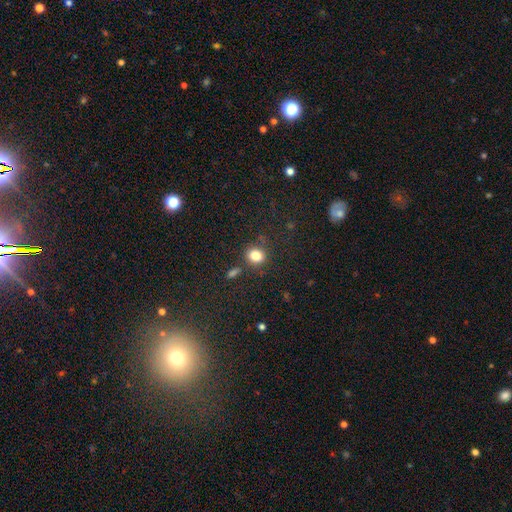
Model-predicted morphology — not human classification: Overall: smooth (83%). How rounded: round (67%; in between 32%). Merging: none (77%).